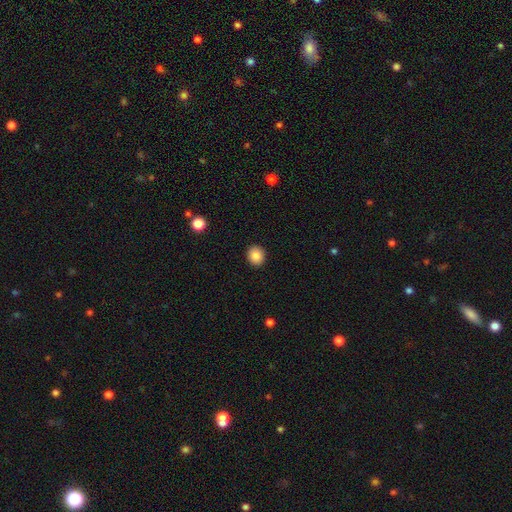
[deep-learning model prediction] Smooth or featured? smooth (87%)
How rounded? round (74%)
Merging? none (91%)